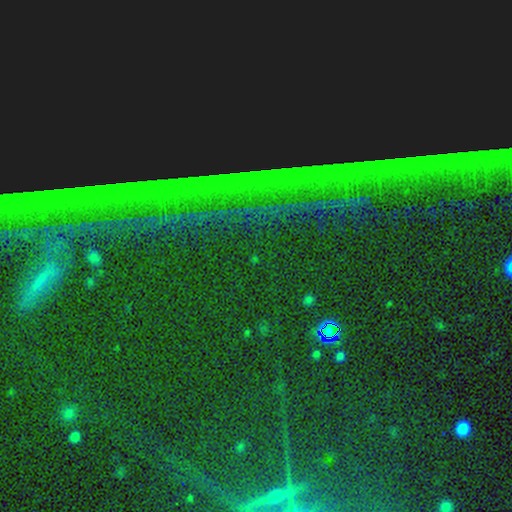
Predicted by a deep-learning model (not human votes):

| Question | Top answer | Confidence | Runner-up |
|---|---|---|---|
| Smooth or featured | star or artifact | 86% | featured or disk (7%) |